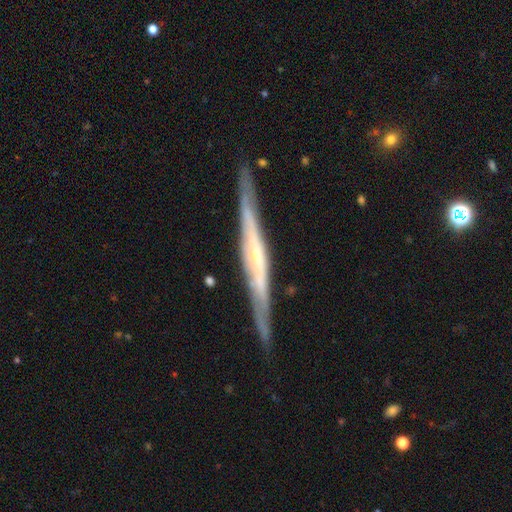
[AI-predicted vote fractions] This appears to be a featured or disk galaxy (81%) viewed edge-on (93%) with a rounded central bulge (49%). Merging: none (85%).